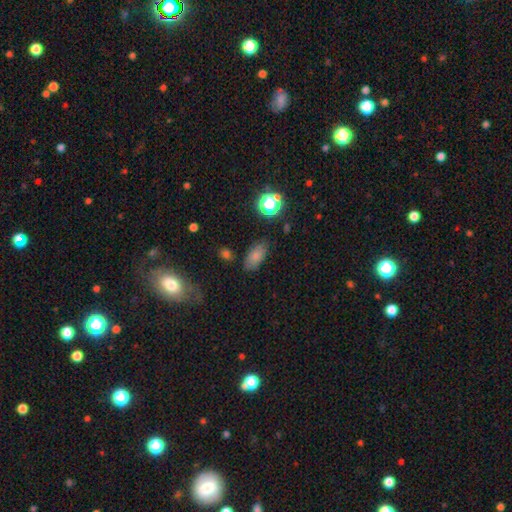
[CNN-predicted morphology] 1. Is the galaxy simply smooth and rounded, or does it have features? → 78% smooth, 13% star or artifact, 9% featured or disk.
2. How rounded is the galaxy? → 88% in between, 7% round, 5% cigar-shaped.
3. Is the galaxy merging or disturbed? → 78% none, 15% minor disturbance, 4% major disturbance, 3% merger.